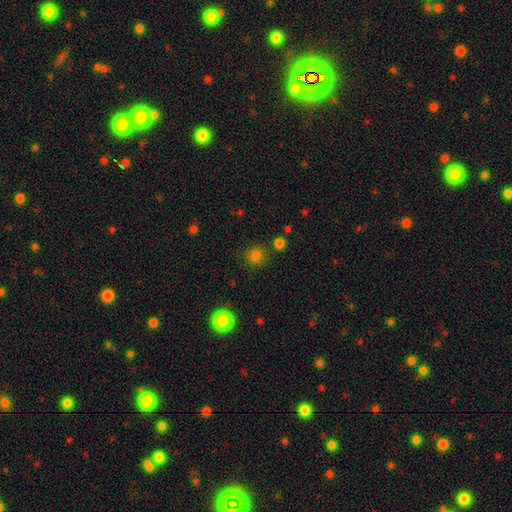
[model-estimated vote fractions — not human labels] smooth_or_featured: smooth (p=0.80) [alt: star or artifact p=0.16]
how_rounded: round (p=0.85) [alt: in between p=0.14]
merging: none (p=0.81) [alt: minor disturbance p=0.10]